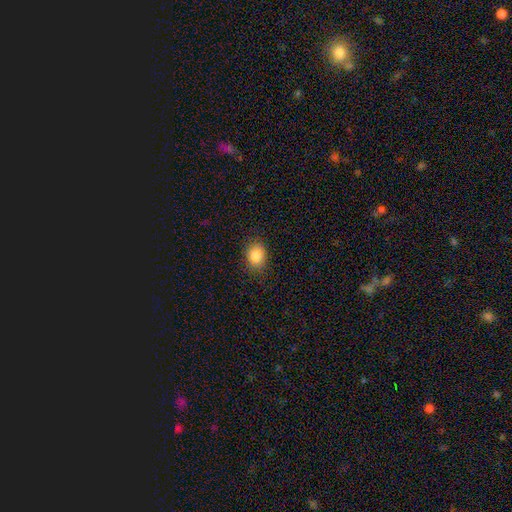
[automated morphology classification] Overall: smooth (86%). How rounded: in between (58%; round 41%). Merging: none (84%).